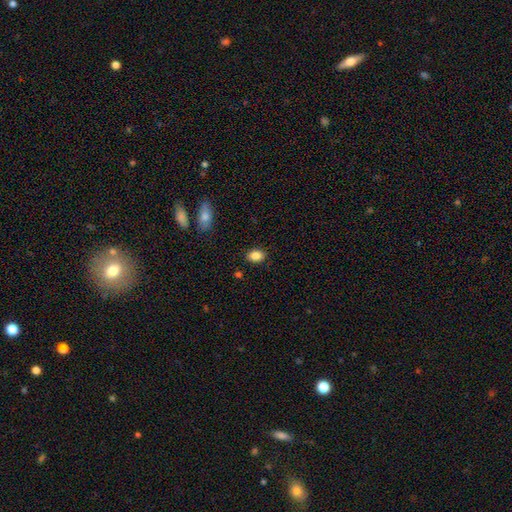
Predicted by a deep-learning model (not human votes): Overall: smooth (86%). How rounded: in between (78%). Merging: none (87%).